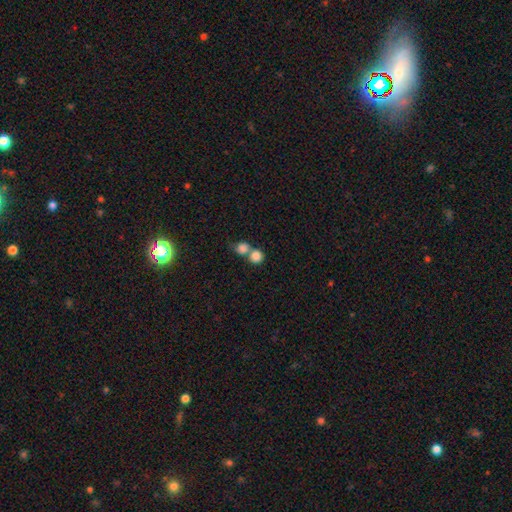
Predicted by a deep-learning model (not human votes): Smooth or featured?
  - smooth: 83% *
  - star or artifact: 9%
  - featured or disk: 8%
How rounded?
  - round: 83% *
  - in between: 16%
  - cigar-shaped: 1%
Merging?
  - merger: 57% *
  - none: 34%
  - minor disturbance: 6%
  - major disturbance: 3%